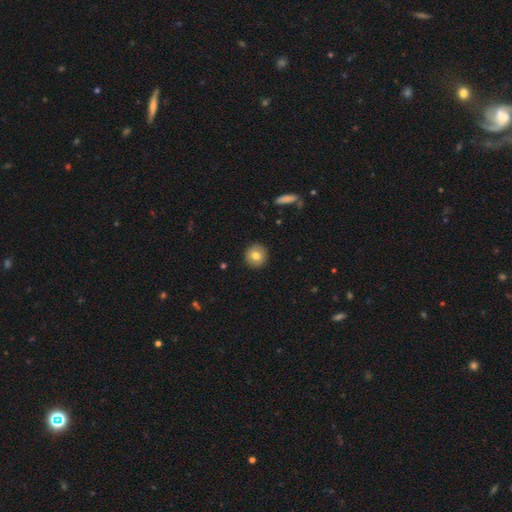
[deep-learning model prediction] This is likely a smooth galaxy (77%). How rounded: clearly round (94%). Merging: clearly none (92%).